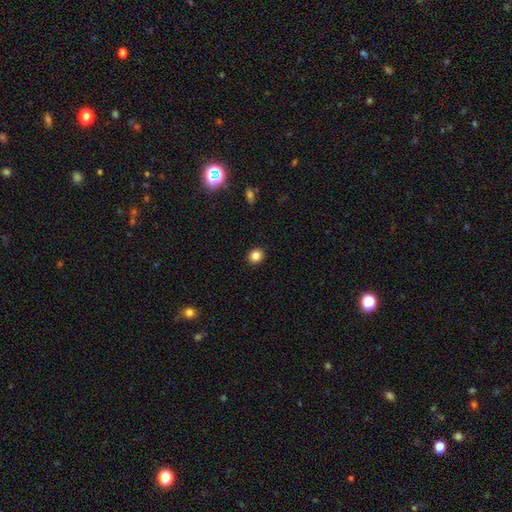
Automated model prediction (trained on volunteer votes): smooth-or-featured: smooth: 85% | star or artifact: 11% | featured or disk: 5%
  how-rounded: round: 70% | in between: 29% | cigar-shaped: 1%
  merging: none: 92% | minor disturbance: 6% | major disturbance: 2% | merger: 1%